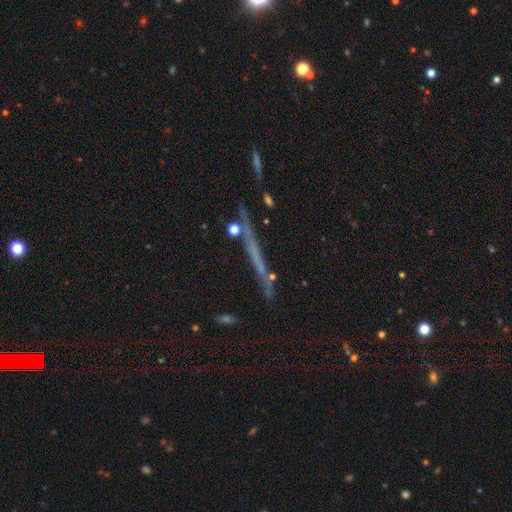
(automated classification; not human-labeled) A featured or disk galaxy (46%).

Vote fractions:
- Smooth or featured? featured or disk: 46% / star or artifact: 27% / smooth: 27%
- Merging? none: 74% / minor disturbance: 11% / merger: 8% / major disturbance: 6%